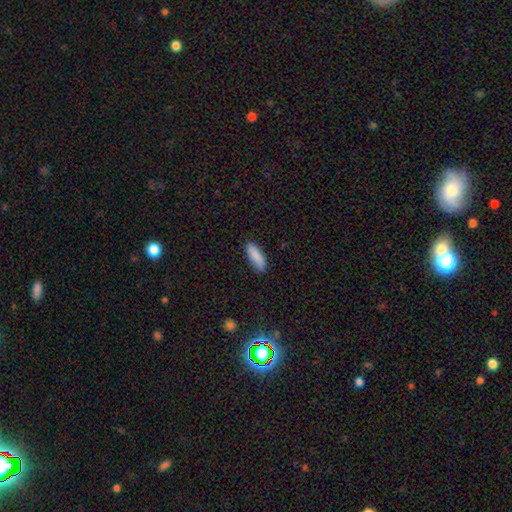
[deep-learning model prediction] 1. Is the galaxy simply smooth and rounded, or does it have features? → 88% smooth, 6% star or artifact, 6% featured or disk.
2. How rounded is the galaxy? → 56% in between, 42% cigar-shaped, 2% round.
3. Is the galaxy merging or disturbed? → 82% none, 14% minor disturbance, 3% major disturbance, 1% merger.